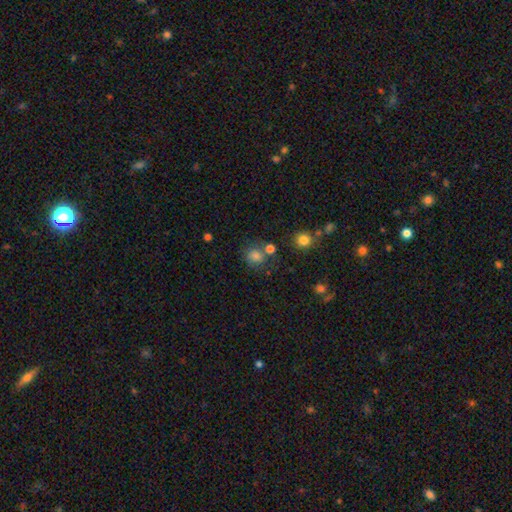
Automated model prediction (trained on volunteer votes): smooth-or-featured: smooth: 76% | star or artifact: 15% | featured or disk: 9%
  how-rounded: round: 73% | in between: 26% | cigar-shaped: 1%
  merging: none: 63% | minor disturbance: 16% | merger: 15% | major disturbance: 7%